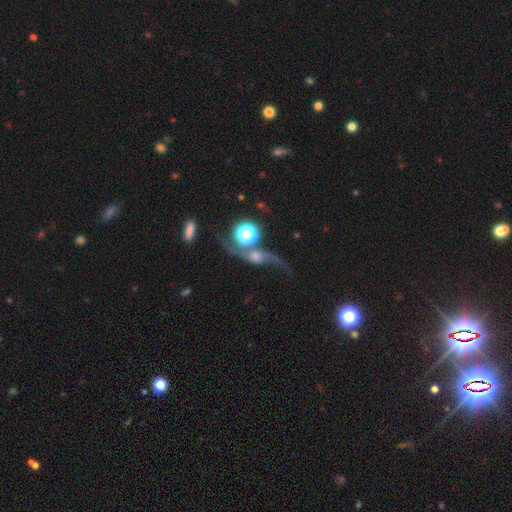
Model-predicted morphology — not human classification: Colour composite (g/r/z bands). It shows a featured or disk galaxy (66%) with no bar (69%), spiral arms (88%) and a moderate central bulge (37%). Merging: none (44%).